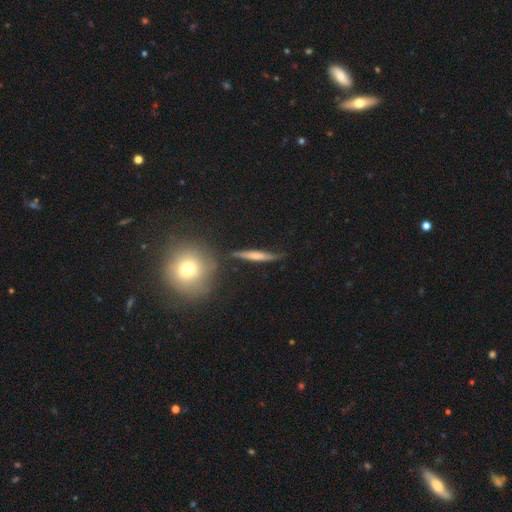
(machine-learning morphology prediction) smooth_or_featured: smooth (p=0.49) [alt: featured or disk p=0.44]
merging: none (p=0.72) [alt: minor disturbance p=0.19]